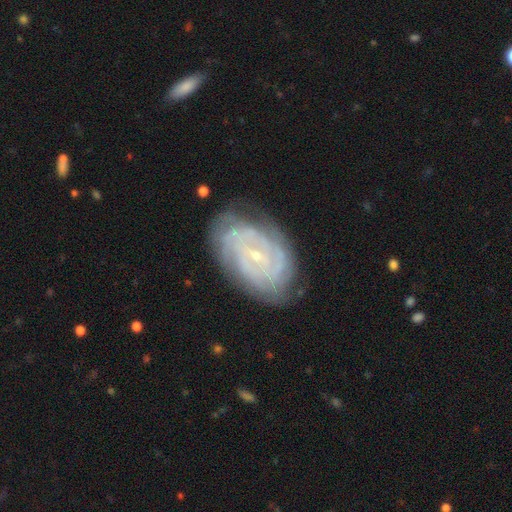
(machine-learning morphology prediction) Smooth or featured?
  - featured or disk: 87% *
  - smooth: 7%
  - star or artifact: 6%
Edge-on disk?
  - no: 97% *
  - yes: 3%
Bar?
  - weak: 44% *
  - no: 41%
  - strong: 16%
Spiral arms?
  - yes: 97% *
  - no: 3%
Spiral winding?
  - tight: 80% *
  - medium: 17%
  - loose: 3%
Spiral arm count?
  - can't tell: 28% *
  - 2: 24%
  - 3: 17%
  - 4: 16%
  - more than 4: 8%
  - 1: 6%
Bulge size?
  - small: 82% *
  - moderate: 14%
  - none: 2%
  - large: 1%
  - dominant: 1%
Merging?
  - none: 77% *
  - minor disturbance: 17%
  - major disturbance: 5%
  - merger: 1%